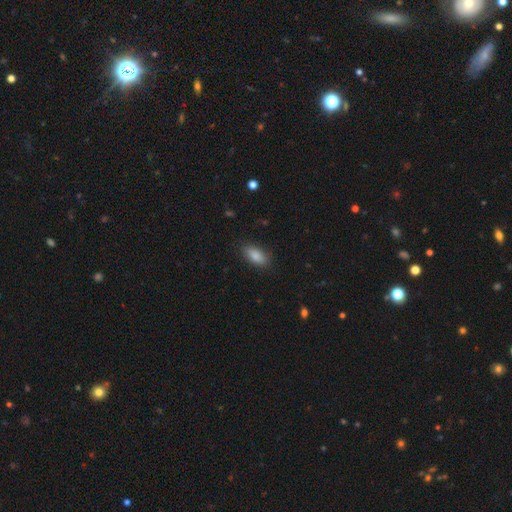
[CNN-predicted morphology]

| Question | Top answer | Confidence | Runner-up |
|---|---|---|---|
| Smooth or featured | smooth | 86% | star or artifact (7%) |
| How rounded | in between | 88% | cigar-shaped (9%) |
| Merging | none | 84% | minor disturbance (12%) |